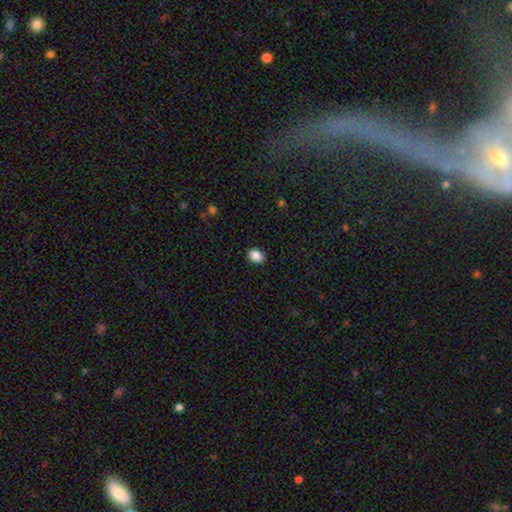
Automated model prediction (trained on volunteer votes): Morphology: type=smooth (88%); roundness=in between (68%); merging=none (90%).